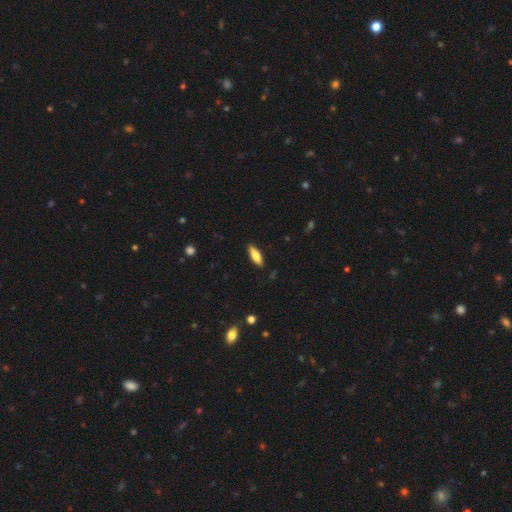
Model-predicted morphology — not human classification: This appears to be a smooth galaxy with no disk features (78%) that is in between round and cigar-shaped (50%). Merging: none (88%).